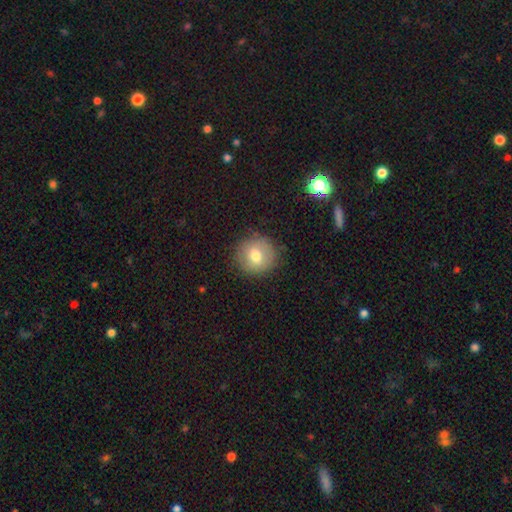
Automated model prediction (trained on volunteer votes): A smooth galaxy with no disk features (73%) that is round (92%). Merging: none (85%).